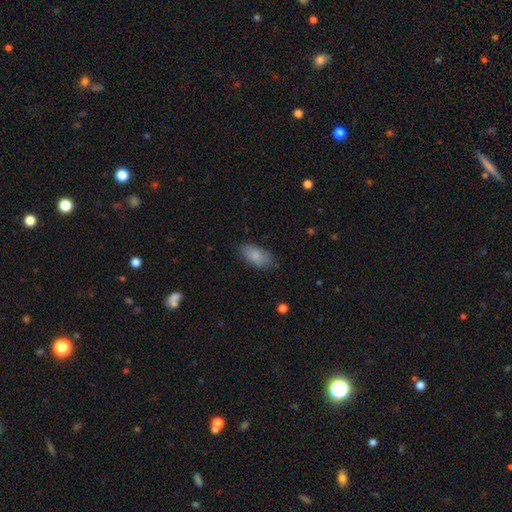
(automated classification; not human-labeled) The model was most divided on "merging": none: 79%, minor disturbance: 16%, major disturbance: 3%, merger: 1%. More confident: how rounded — in between (93%); smooth or featured — smooth (86%).